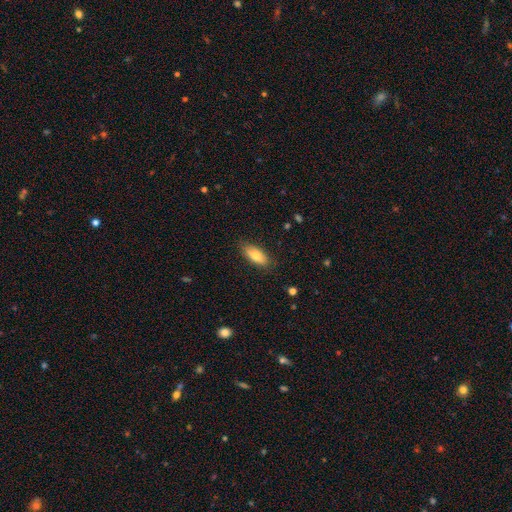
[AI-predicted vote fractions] A smooth galaxy with no disk features (79%) that is in between round and cigar-shaped (81%). Merging: none (83%).